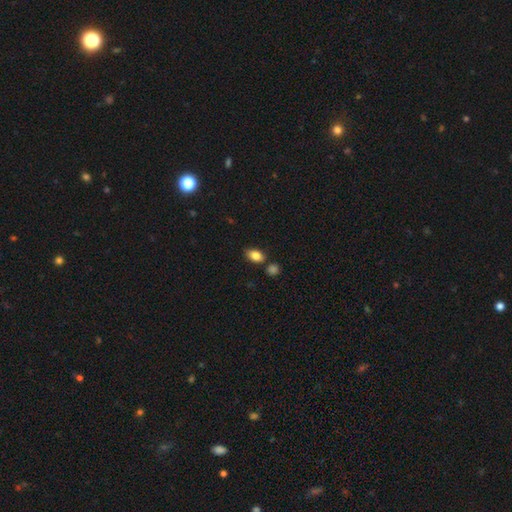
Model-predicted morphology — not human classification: smooth-or-featured: smooth: 85% | star or artifact: 9% | featured or disk: 6%
  how-rounded: in between: 85% | round: 13% | cigar-shaped: 2%
  merging: none: 74% | minor disturbance: 14% | merger: 9% | major disturbance: 3%